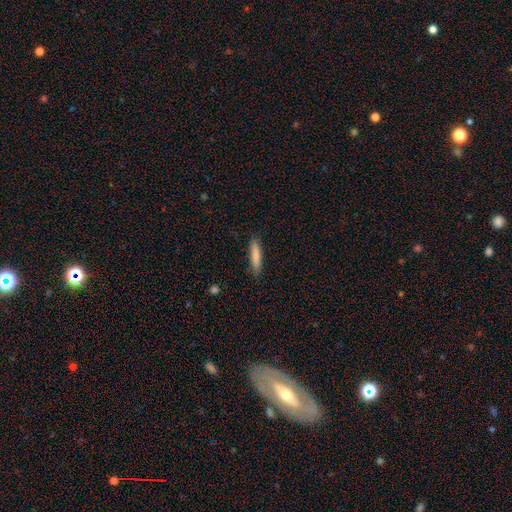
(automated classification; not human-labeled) Smooth or featured: smooth — 82% (featured or disk — 12%)
How rounded: cigar-shaped — 86% (in between — 13%)
Merging: none — 85% (minor disturbance — 11%)